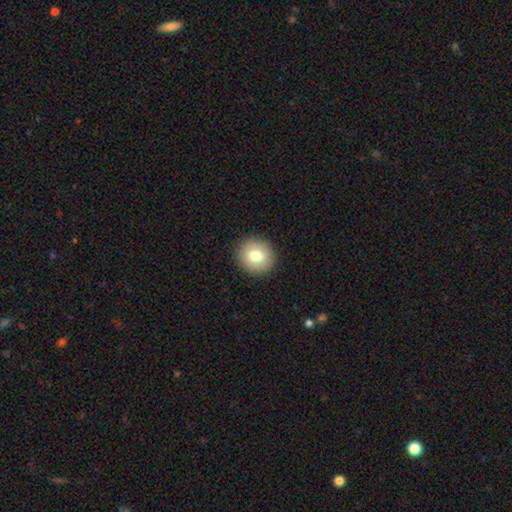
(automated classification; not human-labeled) smooth_or_featured: smooth (p=0.78) [alt: featured or disk p=0.13]
how_rounded: round (p=0.90) [alt: in between p=0.09]
merging: none (p=0.92) [alt: minor disturbance p=0.06]